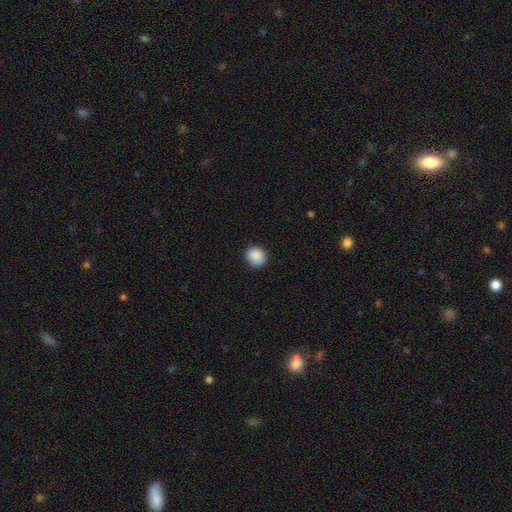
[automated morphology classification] This appears to be a smooth galaxy with no disk features (88%) that is round (84%). Merging: none (83%).